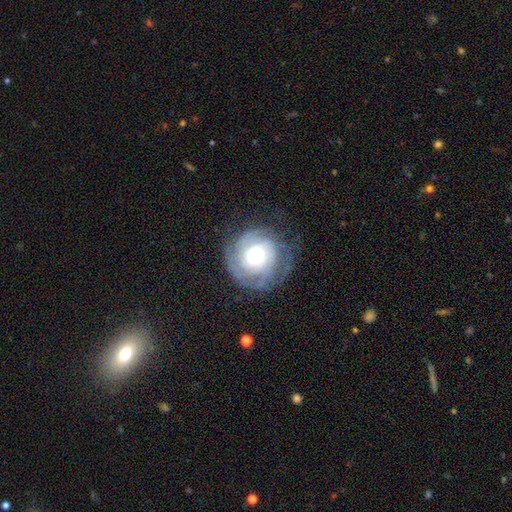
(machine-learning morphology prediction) A featured or disk galaxy (70%) with no bar (80%), tight (73%) spiral arms (85%) and a small central bulge (42%). Merging: none (67%).